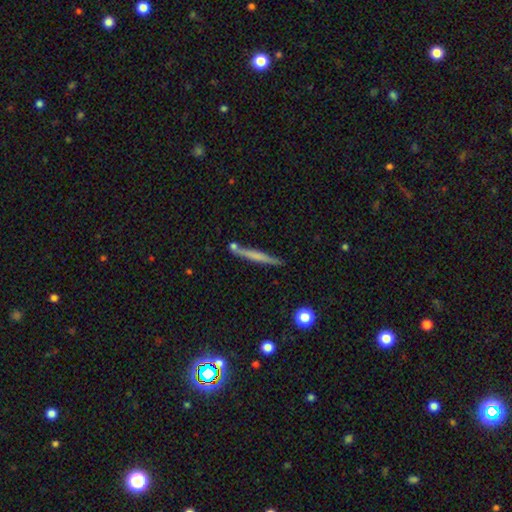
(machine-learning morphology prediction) smooth 50%, featured or disk 43%, star or artifact 7%. Down the decision tree: merging — none (80%).